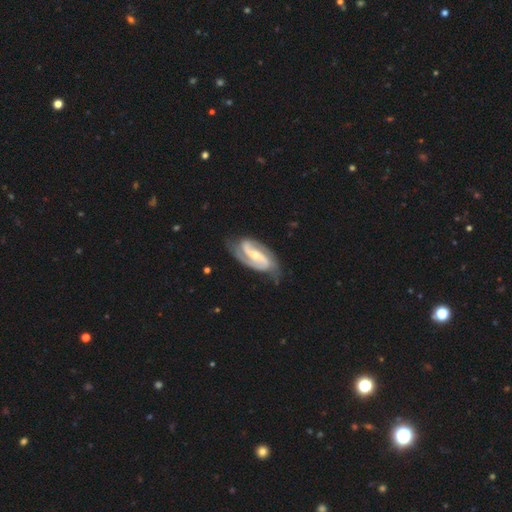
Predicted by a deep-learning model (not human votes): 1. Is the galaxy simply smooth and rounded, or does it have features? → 91% featured or disk, 5% smooth, 4% star or artifact.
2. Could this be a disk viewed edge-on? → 97% no, 3% yes.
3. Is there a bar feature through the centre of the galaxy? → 42% strong, 34% weak, 24% no.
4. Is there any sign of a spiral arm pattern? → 98% yes, 2% no.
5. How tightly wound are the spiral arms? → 51% medium, 29% tight, 20% loose.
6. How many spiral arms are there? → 91% 2, 3% 3, 2% can't tell, 1% 1, 1% 4, 1% more than 4.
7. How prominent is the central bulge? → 54% small, 42% moderate, 2% large, 1% none, 1% dominant.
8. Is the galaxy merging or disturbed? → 74% none, 19% minor disturbance, 6% major disturbance, 2% merger.